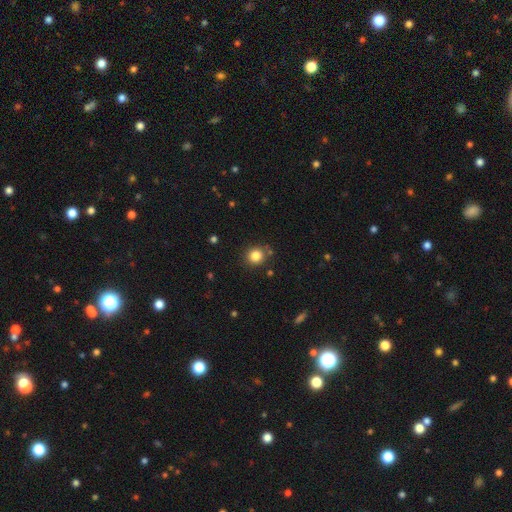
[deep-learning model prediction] Smooth or featured? Predicted: smooth (p=0.83). How rounded? Predicted: round (p=0.87). Merging? Predicted: none (p=0.83).